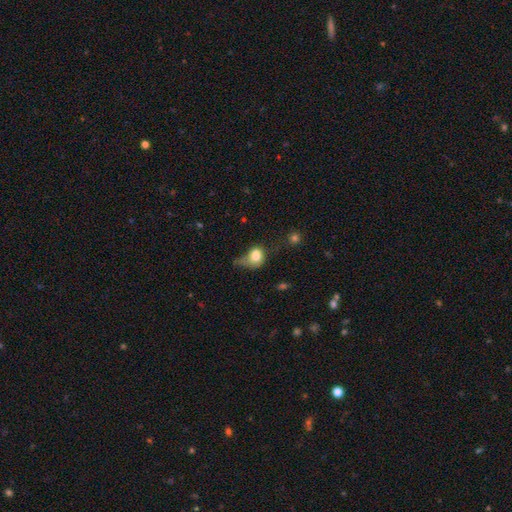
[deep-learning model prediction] Smooth or featured?
  - smooth: 75% *
  - featured or disk: 15%
  - star or artifact: 10%
How rounded?
  - in between: 51% *
  - round: 47%
  - cigar-shaped: 2%
Merging?
  - major disturbance: 39% *
  - minor disturbance: 30%
  - none: 23%
  - merger: 9%